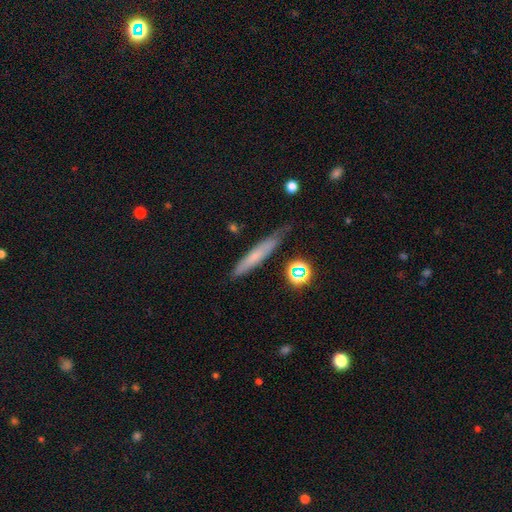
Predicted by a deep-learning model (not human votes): smooth 59%, featured or disk 31%, star or artifact 10%. Down the decision tree: how rounded — cigar-shaped (89%); merging — none (68%).